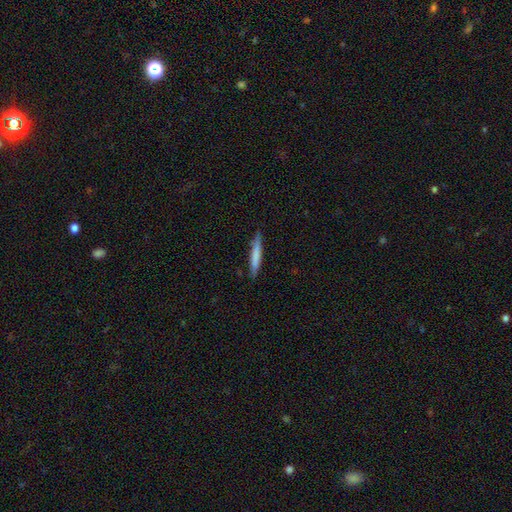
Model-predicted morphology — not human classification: Q: Smooth or featured?
A: smooth (72%); runner-up: featured or disk (23%)
Q: How rounded?
A: cigar-shaped (94%); runner-up: in between (5%)
Q: Merging?
A: none (85%); runner-up: minor disturbance (11%)